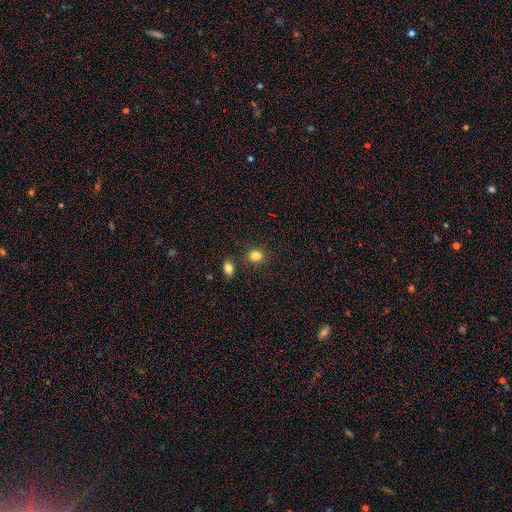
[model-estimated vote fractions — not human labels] Overall: smooth (83%). How rounded: round (62%; in between 36%). Merging: none (82%).